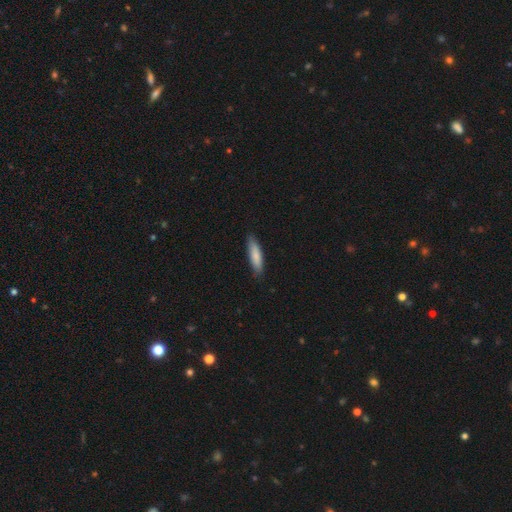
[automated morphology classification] Smooth or featured: smooth — 82% (featured or disk — 13%)
How rounded: cigar-shaped — 71% (in between — 27%)
Merging: none — 86% (minor disturbance — 12%)